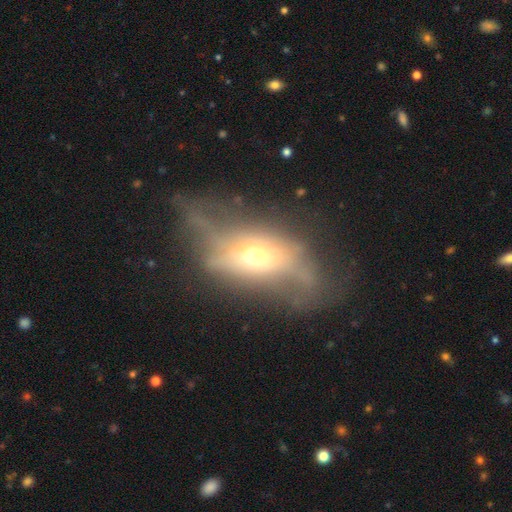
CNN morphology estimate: featured or disk 58%, smooth 31%, star or artifact 10%. Down the decision tree: edge-on disk — no (65%); merging — major disturbance (44%).